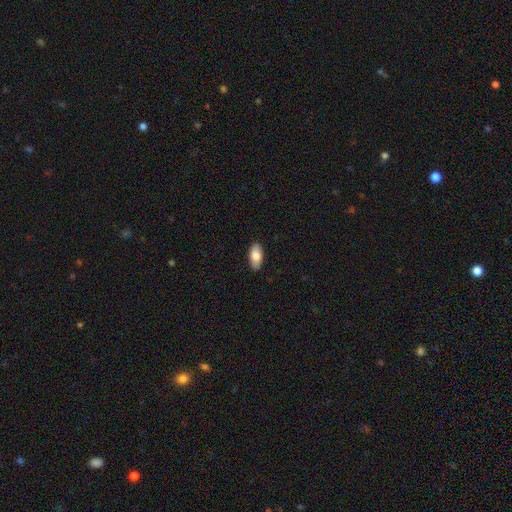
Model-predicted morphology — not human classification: type=smooth (82%); roundness=in between (89%); merging=none (88%).